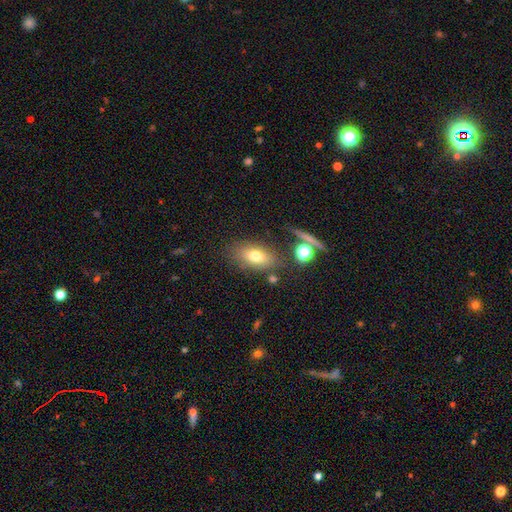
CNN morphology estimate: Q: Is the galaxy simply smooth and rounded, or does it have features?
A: smooth — 73%.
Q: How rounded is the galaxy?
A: in between — 83%.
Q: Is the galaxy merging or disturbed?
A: none — 75%.